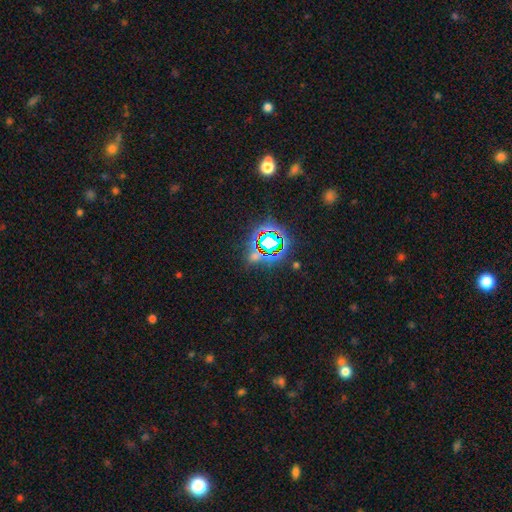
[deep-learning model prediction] Morphology: type=star or artifact (69%).